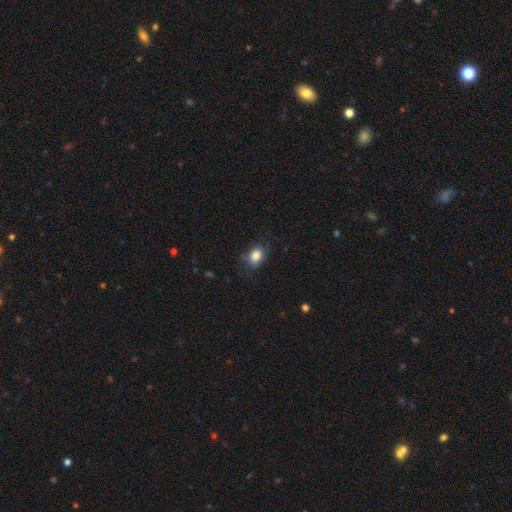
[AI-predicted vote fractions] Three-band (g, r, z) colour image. It shows a smooth galaxy with no disk features (84%) that is in between round and cigar-shaped (64%). Merging: none (74%).